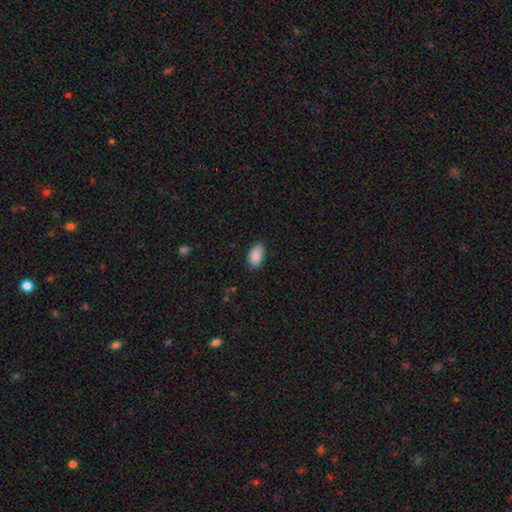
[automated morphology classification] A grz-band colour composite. It shows a smooth galaxy with no disk features (88%) that is in between round and cigar-shaped (94%). Merging: none (80%).